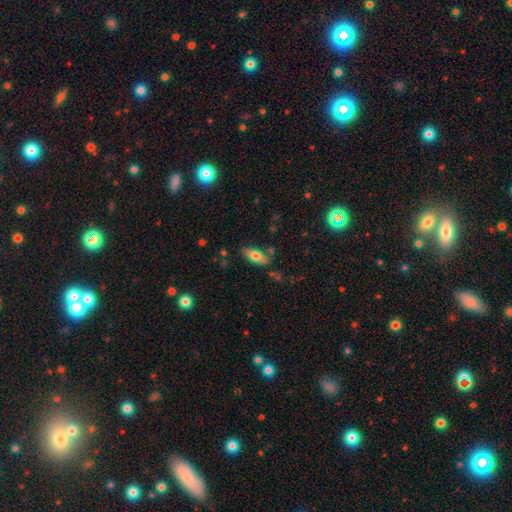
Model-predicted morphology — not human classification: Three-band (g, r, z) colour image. It shows a smooth galaxy with no disk features (71%) that is in between round and cigar-shaped (81%). Merging: none (76%).